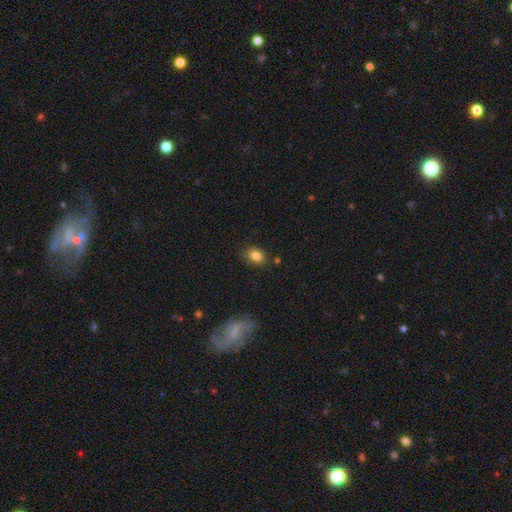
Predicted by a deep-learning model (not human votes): Smooth or featured? Predicted: smooth (p=0.83). How rounded? Predicted: in between (p=0.67). Merging? Predicted: none (p=0.81).